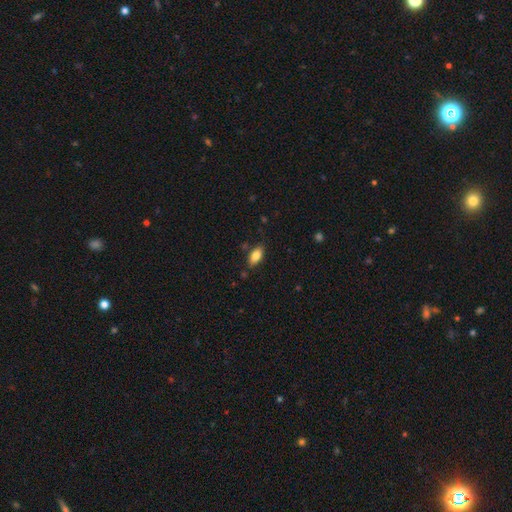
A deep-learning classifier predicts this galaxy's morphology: Q: Smooth or featured?
A: smooth (84%); runner-up: featured or disk (9%)
Q: How rounded?
A: in between (89%); runner-up: cigar-shaped (8%)
Q: Merging?
A: none (79%); runner-up: minor disturbance (15%)